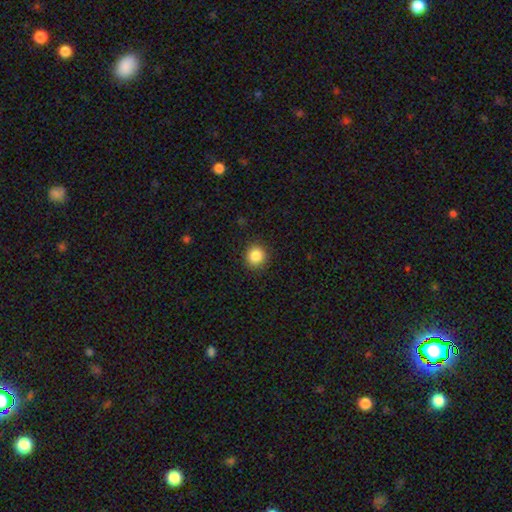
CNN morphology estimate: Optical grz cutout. It shows a smooth galaxy with no disk features (86%) that is round (92%). Merging: none (90%).